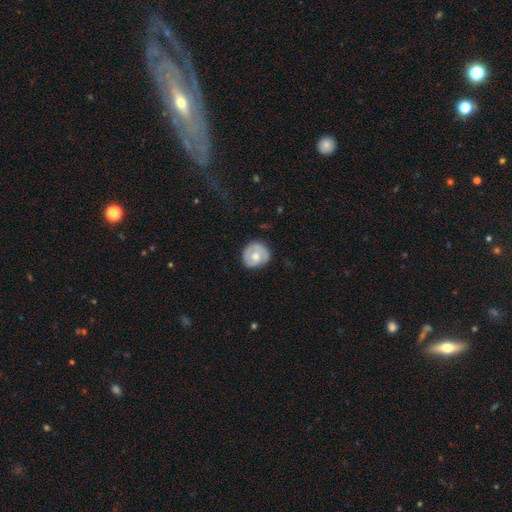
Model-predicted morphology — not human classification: Smooth or featured?
  - featured or disk: 53% *
  - smooth: 42%
  - star or artifact: 6%
Edge-on disk?
  - no: 97% *
  - yes: 3%
Bar?
  - no: 76% *
  - weak: 21%
  - strong: 4%
Spiral arms?
  - yes: 66% *
  - no: 34%
Bulge size?
  - moderate: 67% *
  - small: 17%
  - large: 12%
  - none: 3%
  - dominant: 1%
Merging?
  - none: 74% *
  - minor disturbance: 19%
  - major disturbance: 6%
  - merger: 1%